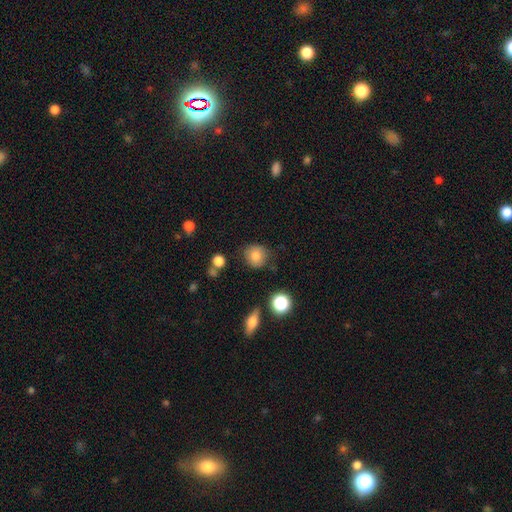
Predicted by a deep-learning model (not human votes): smooth-or-featured: smooth: 82% | star or artifact: 10% | featured or disk: 8%
  how-rounded: round: 85% | in between: 14% | cigar-shaped: 1%
  merging: none: 80% | minor disturbance: 14% | major disturbance: 4% | merger: 3%